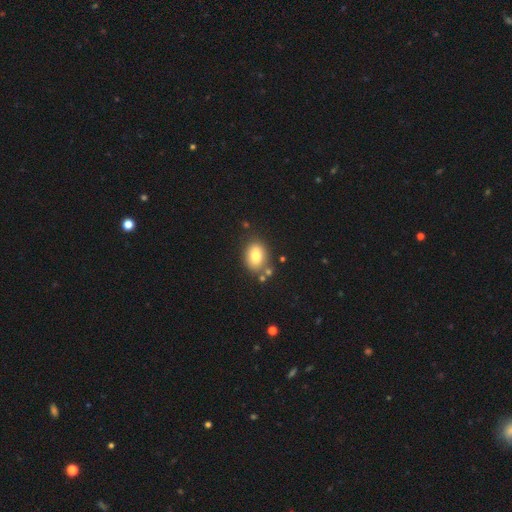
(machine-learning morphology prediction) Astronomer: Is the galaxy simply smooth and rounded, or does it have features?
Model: smooth — 81%.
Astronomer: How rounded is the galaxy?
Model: in between — 74%.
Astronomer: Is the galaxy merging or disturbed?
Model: none — 74%.